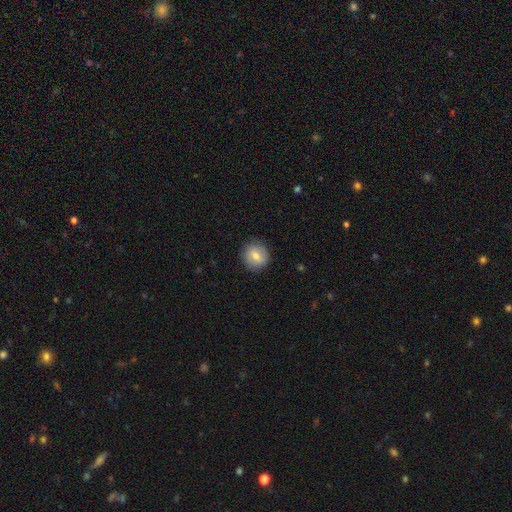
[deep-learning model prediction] The model was most divided on "smooth or featured": smooth: 73%, featured or disk: 19%, star or artifact: 8%. More confident: how rounded — round (90%); merging — none (88%).